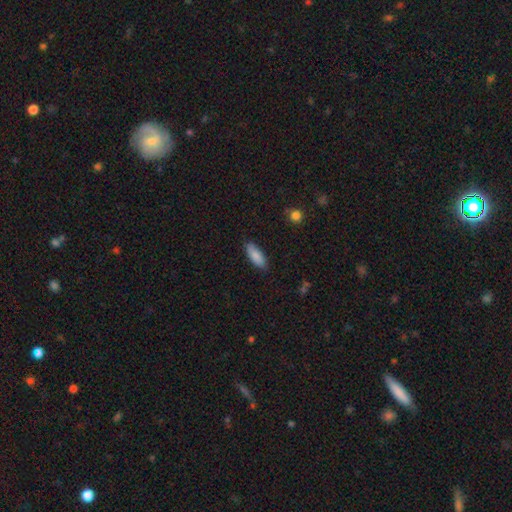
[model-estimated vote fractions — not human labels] This is clearly a smooth galaxy (86%). How rounded: likely in between (70%). Merging: clearly none (84%).